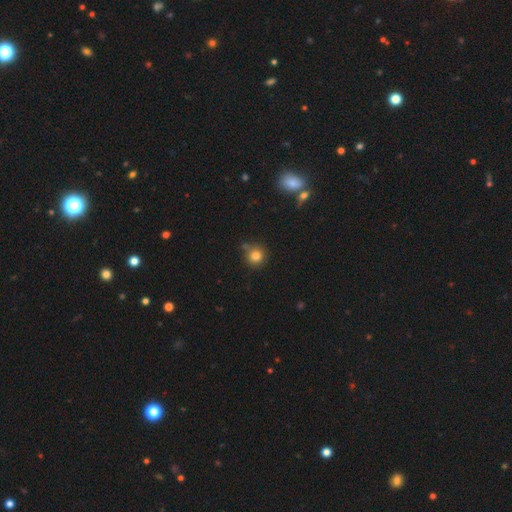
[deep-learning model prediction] This appears to be a smooth galaxy with no disk features (82%) that is round (93%). Merging: none (74%).